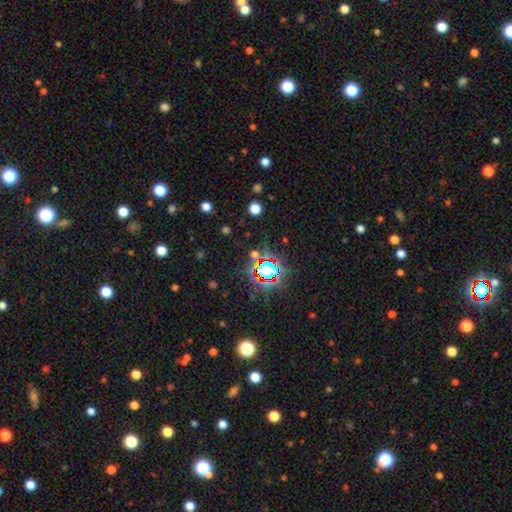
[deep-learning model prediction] star or artifact 70%, smooth 20%, featured or disk 10%.